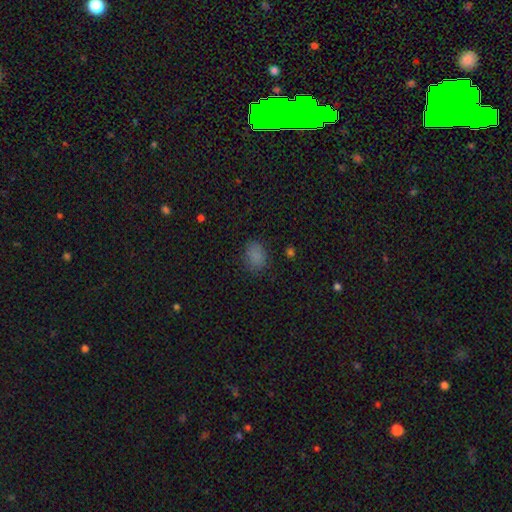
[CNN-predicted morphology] type=smooth (80%); roundness=in between (65%); merging=none (78%).